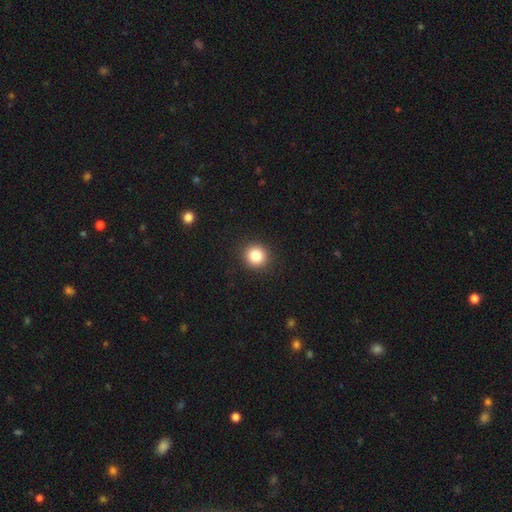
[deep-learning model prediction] The model was most divided on "smooth or featured": smooth: 84%, star or artifact: 10%, featured or disk: 6%. More confident: how rounded — round (92%); merging — none (92%).